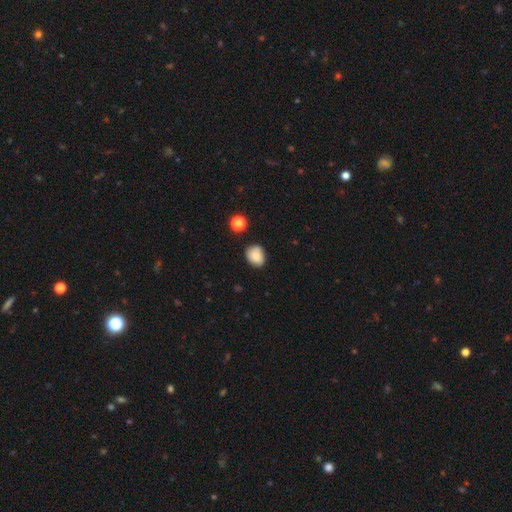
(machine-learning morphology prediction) smooth-or-featured: smooth: 83% | star or artifact: 9% | featured or disk: 8%
  how-rounded: in between: 50% | round: 49% | cigar-shaped: 1%
  merging: none: 76% | minor disturbance: 18% | major disturbance: 3% | merger: 3%